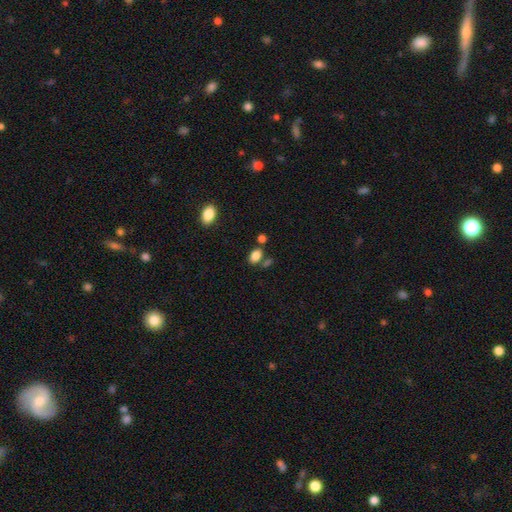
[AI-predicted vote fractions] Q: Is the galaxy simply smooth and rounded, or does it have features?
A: smooth — 84%.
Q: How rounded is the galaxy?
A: in between — 84%.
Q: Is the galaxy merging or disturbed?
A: none — 65%.